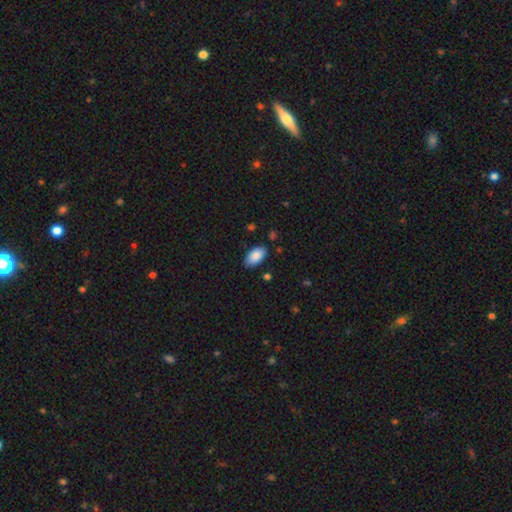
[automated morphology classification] Smooth or featured? Predicted: smooth (p=0.86). How rounded? Predicted: in between (p=0.95). Merging? Predicted: none (p=0.84).